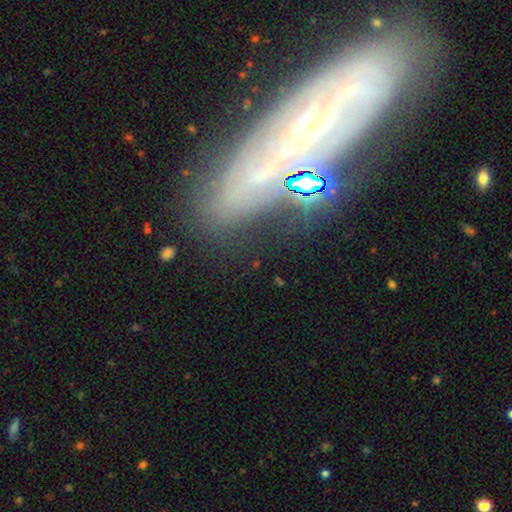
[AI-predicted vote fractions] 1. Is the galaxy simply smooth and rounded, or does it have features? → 72% featured or disk, 16% smooth, 12% star or artifact.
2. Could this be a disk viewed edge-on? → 67% no, 33% yes.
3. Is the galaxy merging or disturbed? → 75% none, 14% minor disturbance, 5% major disturbance, 5% merger.